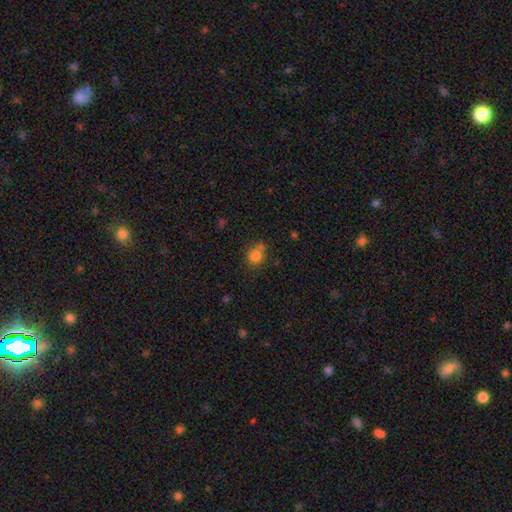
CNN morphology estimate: Smooth or featured?
  - smooth: 80% *
  - star or artifact: 12%
  - featured or disk: 8%
How rounded?
  - round: 74% *
  - in between: 25%
  - cigar-shaped: 1%
Merging?
  - none: 61% *
  - merger: 17%
  - minor disturbance: 17%
  - major disturbance: 5%